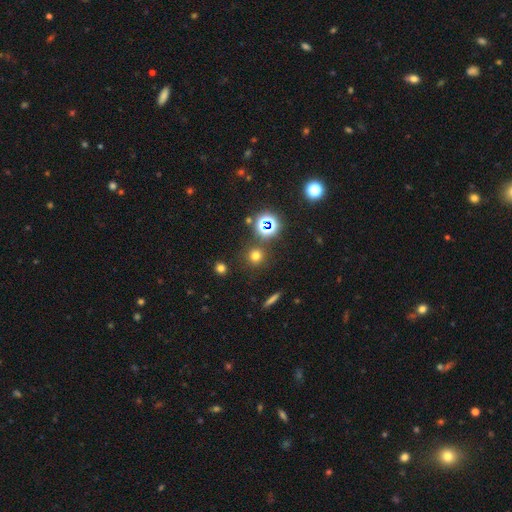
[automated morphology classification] Smooth or featured?
  - smooth: 66% *
  - star or artifact: 26%
  - featured or disk: 8%
How rounded?
  - round: 94% *
  - in between: 5%
  - cigar-shaped: 1%
Merging?
  - none: 85% *
  - minor disturbance: 7%
  - merger: 5%
  - major disturbance: 3%